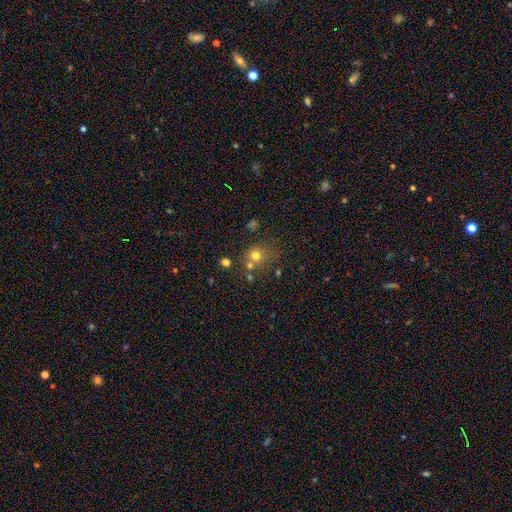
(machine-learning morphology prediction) This is likely a smooth galaxy (71%). How rounded: clearly round (80%). Merging: possibly none (59%).